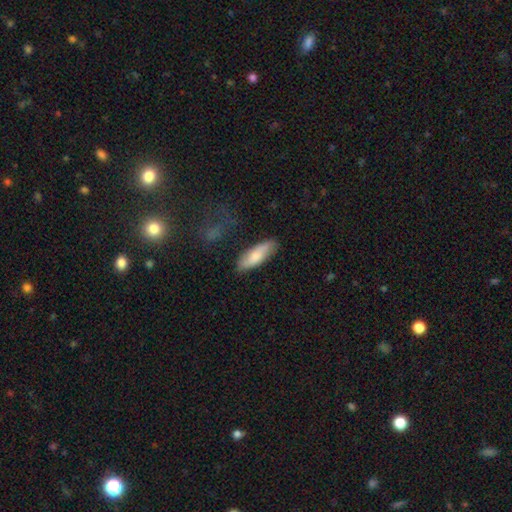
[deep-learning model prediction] smooth 71%, featured or disk 23%, star or artifact 6%. Down the decision tree: how rounded — in between (59%); merging — none (81%).